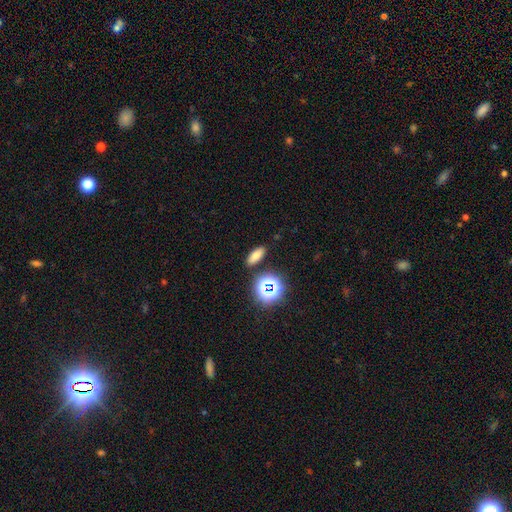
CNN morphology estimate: Q: Smooth or featured?
A: smooth (72%); runner-up: star or artifact (20%)
Q: How rounded?
A: in between (67%); runner-up: cigar-shaped (23%)
Q: Merging?
A: none (88%); runner-up: minor disturbance (7%)